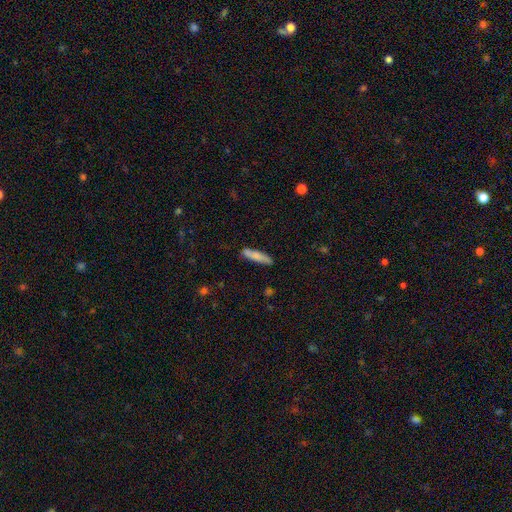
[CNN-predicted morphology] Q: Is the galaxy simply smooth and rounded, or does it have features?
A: smooth — 77%.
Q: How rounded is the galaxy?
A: cigar-shaped — 82%.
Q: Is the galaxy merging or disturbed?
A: none — 81%.